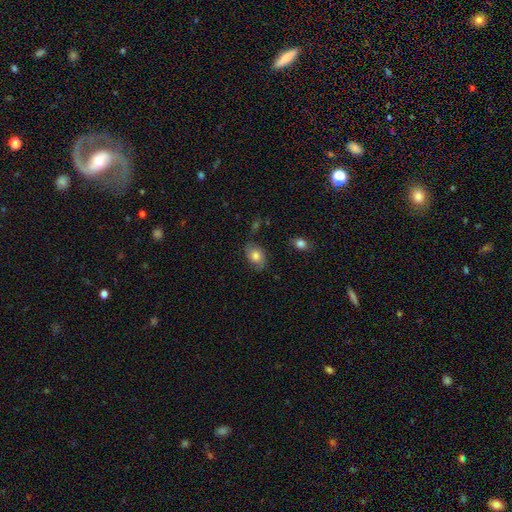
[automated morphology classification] Overall: smooth (62%; featured or disk 30%). How rounded: in between (78%). Merging: none (70%).